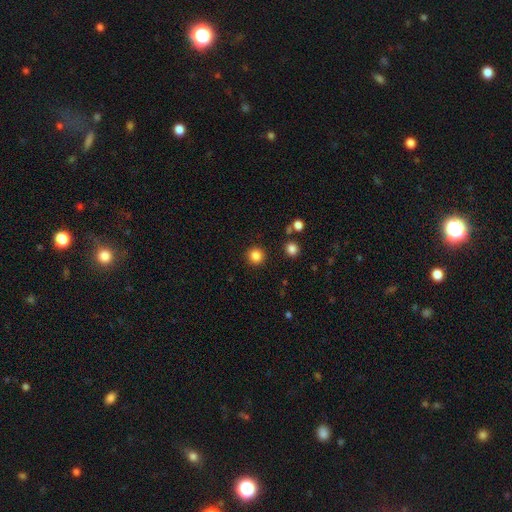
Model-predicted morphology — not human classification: This appears to be a smooth galaxy with no disk features (85%) that is round (94%). Merging: none (91%).